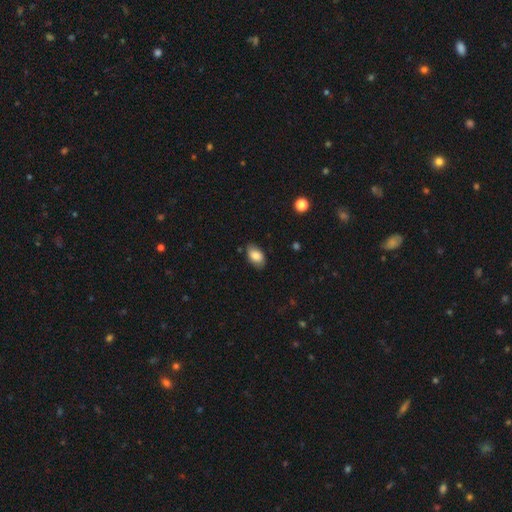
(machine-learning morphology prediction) type=smooth (82%); roundness=in between (92%); merging=none (79%).